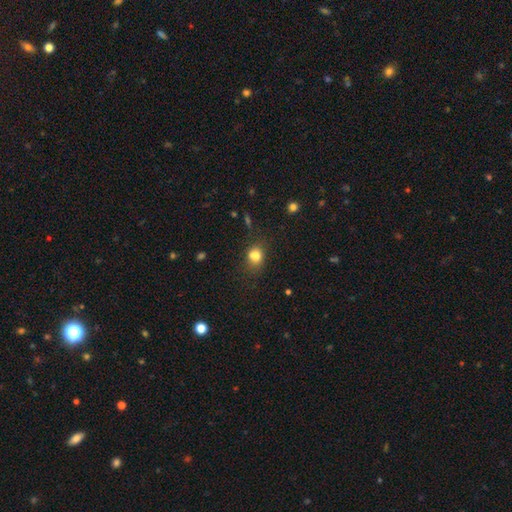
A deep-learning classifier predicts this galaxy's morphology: Smooth or featured? smooth (78%)
How rounded? round (52%)
Merging? none (57%)